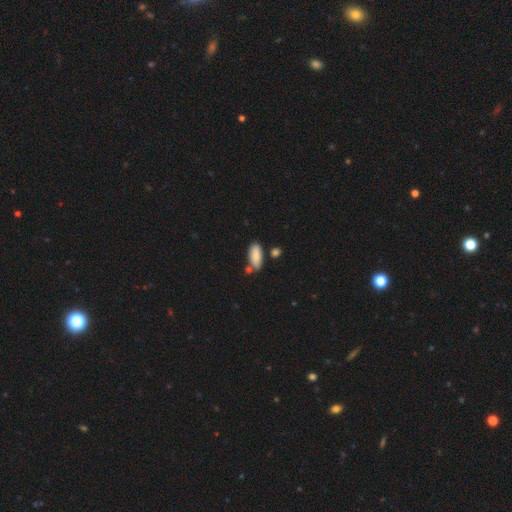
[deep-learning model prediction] A smooth galaxy with no disk features (84%) that is in between round and cigar-shaped (82%). Merging: none (67%).